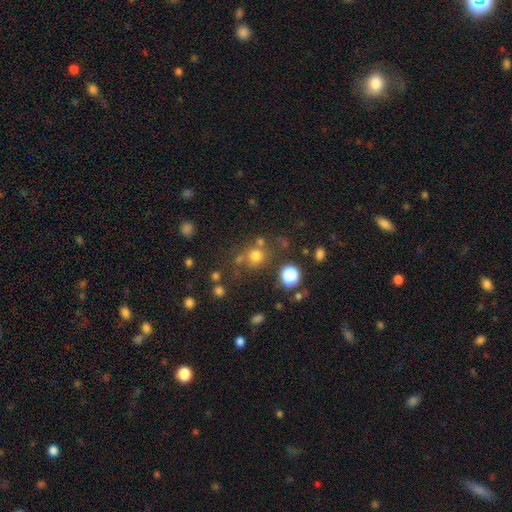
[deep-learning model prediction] Morphology: type=smooth (73%); roundness=round (86%); merging=none (67%).